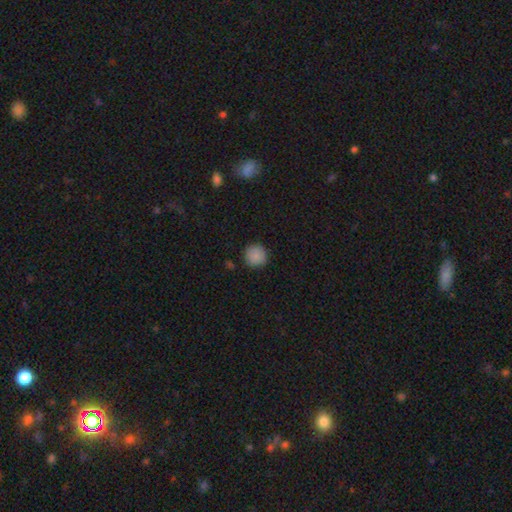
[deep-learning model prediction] The model was most divided on "smooth or featured": smooth: 88%, star or artifact: 9%, featured or disk: 3%. More confident: how rounded — round (95%); merging — none (89%).